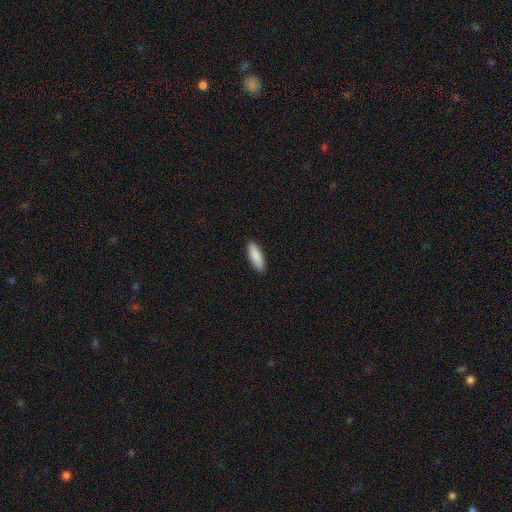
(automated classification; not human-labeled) smooth 90%, star or artifact 5%, featured or disk 5%. Down the decision tree: how rounded — in between (65%); merging — none (90%).